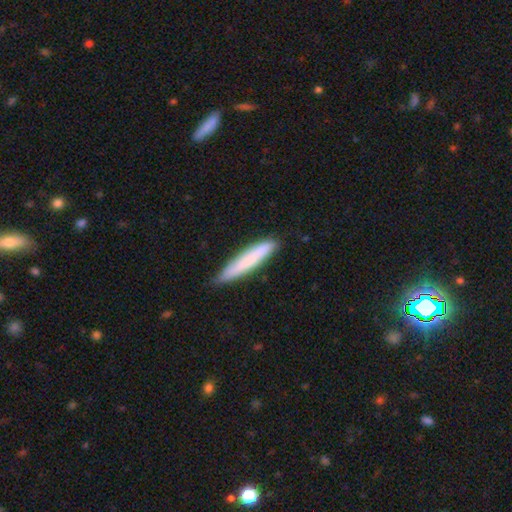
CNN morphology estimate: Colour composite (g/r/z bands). It shows a smooth galaxy with no disk features (75%) that is cigar-shaped (92%). Merging: none (84%).